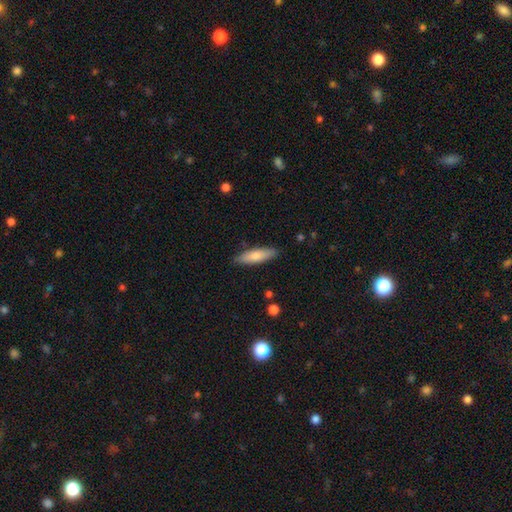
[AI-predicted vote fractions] smooth_or_featured: smooth (p=0.76) [alt: featured or disk p=0.18]
how_rounded: cigar-shaped (p=0.60) [alt: in between p=0.39]
merging: none (p=0.86) [alt: minor disturbance p=0.10]